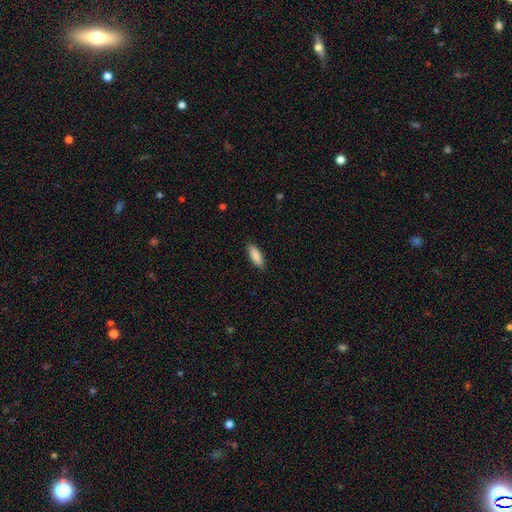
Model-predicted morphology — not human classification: This is clearly a smooth galaxy (89%). How rounded: possibly in between (58%). Merging: clearly none (89%).